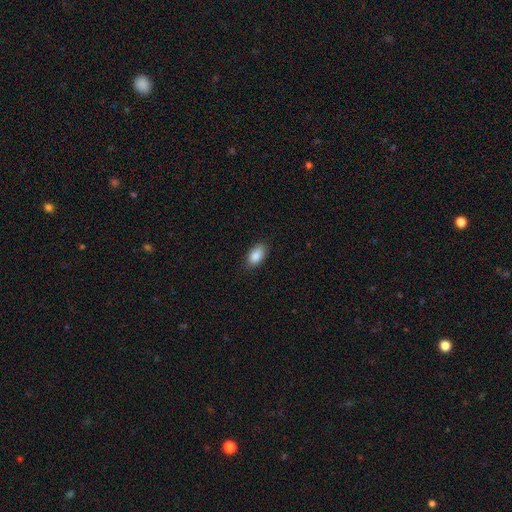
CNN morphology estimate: Q: Smooth or featured?
A: smooth (88%); runner-up: star or artifact (7%)
Q: How rounded?
A: in between (93%); runner-up: round (5%)
Q: Merging?
A: none (85%); runner-up: minor disturbance (11%)